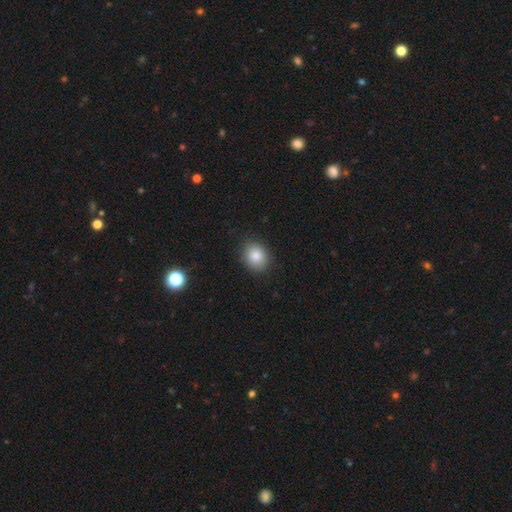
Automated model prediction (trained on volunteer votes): A smooth galaxy with no disk features (84%) that is round (54%).

Vote fractions:
- Smooth or featured? smooth: 84% / star or artifact: 9% / featured or disk: 7%
- How rounded? round: 54% / in between: 45% / cigar-shaped: 1%
- Merging? none: 87% / minor disturbance: 10% / major disturbance: 2% / merger: 1%